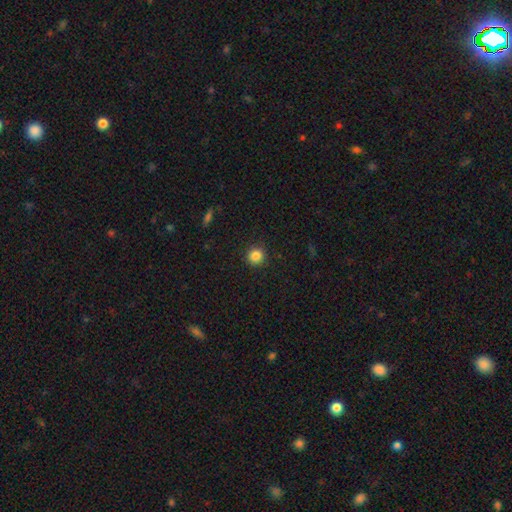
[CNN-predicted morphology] This is clearly a smooth galaxy (85%). How rounded: clearly round (93%). Merging: clearly none (91%).